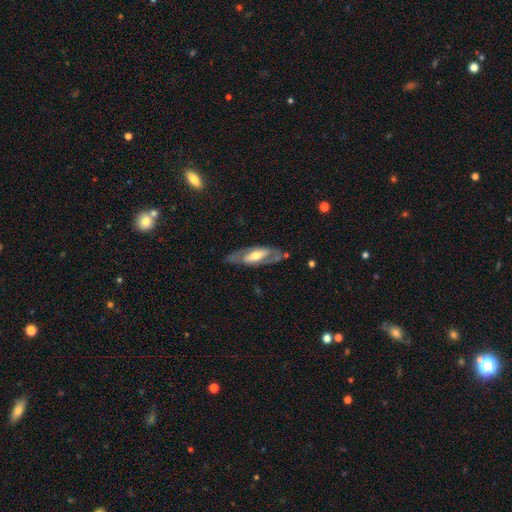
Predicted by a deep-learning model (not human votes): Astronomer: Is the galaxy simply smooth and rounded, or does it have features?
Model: featured or disk — 71%.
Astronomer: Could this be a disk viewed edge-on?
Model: no — 79%.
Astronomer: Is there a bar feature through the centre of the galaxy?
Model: strong — 40% (runner-up: weak, 30%).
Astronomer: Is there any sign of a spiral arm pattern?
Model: yes — 54% (runner-up: no, 46%).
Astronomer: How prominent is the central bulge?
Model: moderate — 61%.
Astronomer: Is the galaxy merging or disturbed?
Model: none — 73%.